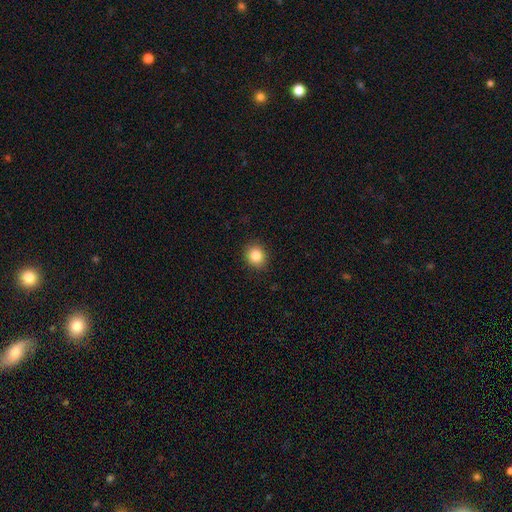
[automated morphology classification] smooth_or_featured: smooth (p=0.85) [alt: star or artifact p=0.10]
how_rounded: round (p=0.82) [alt: in between p=0.17]
merging: none (p=0.91) [alt: minor disturbance p=0.06]